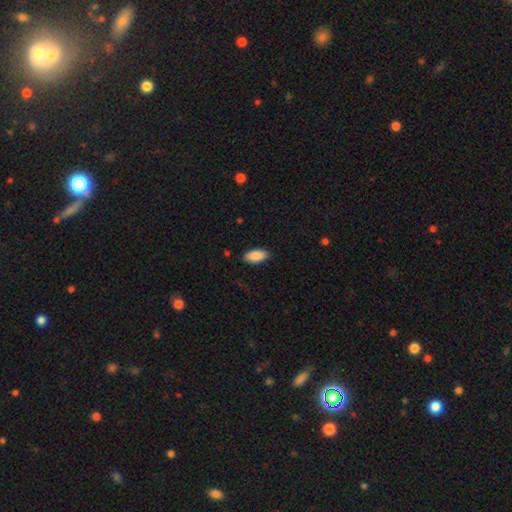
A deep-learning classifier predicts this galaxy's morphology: Smooth or featured? smooth (90%)
How rounded? in between (89%)
Merging? none (88%)